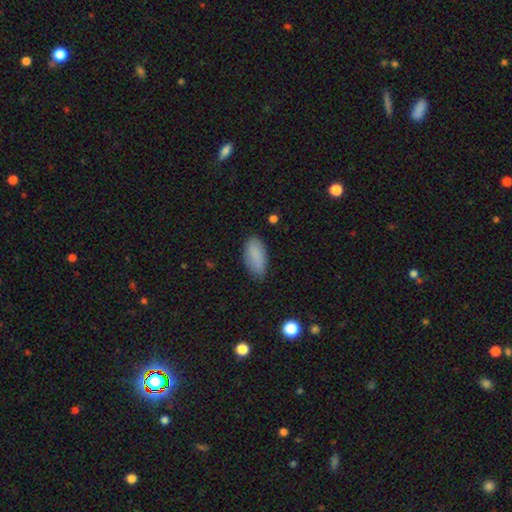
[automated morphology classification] Smooth or featured?
  - smooth: 86% *
  - star or artifact: 7%
  - featured or disk: 7%
How rounded?
  - in between: 88% *
  - cigar-shaped: 10%
  - round: 2%
Merging?
  - none: 79% *
  - minor disturbance: 16%
  - major disturbance: 3%
  - merger: 1%